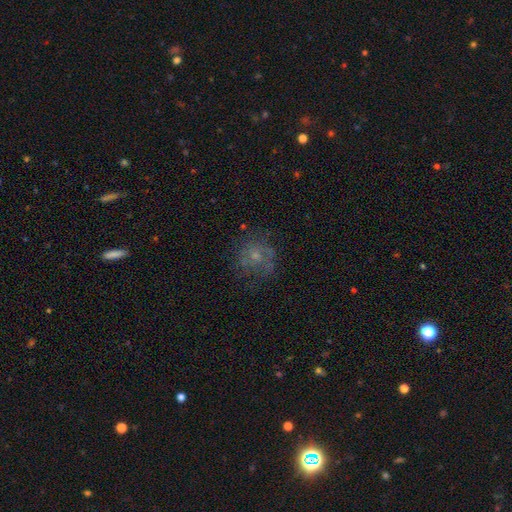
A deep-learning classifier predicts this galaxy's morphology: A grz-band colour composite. It shows a featured or disk galaxy (47%). Merging: none (62%).